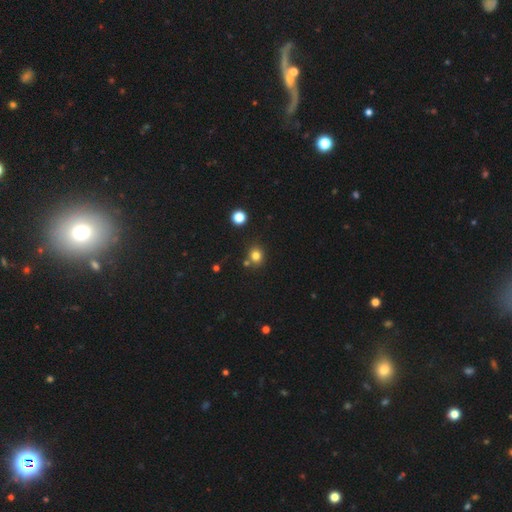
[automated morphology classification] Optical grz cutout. It shows a smooth galaxy with no disk features (79%) that is round (78%). Merging: none (74%).